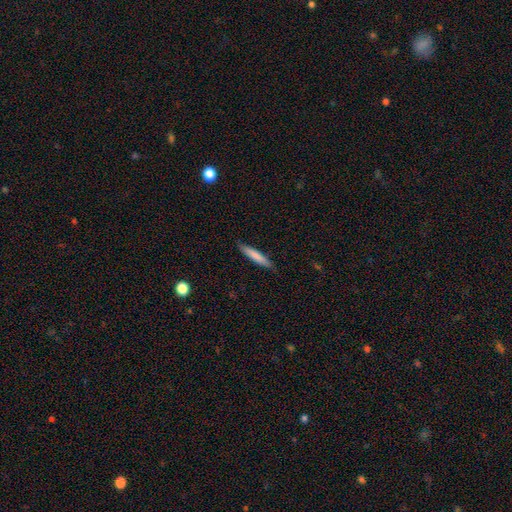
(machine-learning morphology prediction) Overall: smooth (78%). How rounded: cigar-shaped (91%). Merging: none (88%).